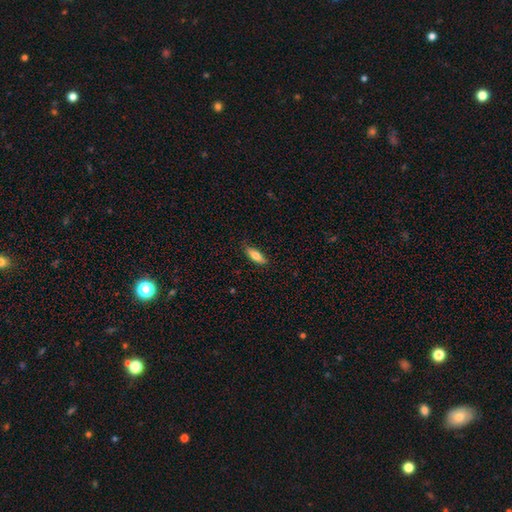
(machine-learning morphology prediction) Q: Smooth or featured?
A: smooth (77%); runner-up: featured or disk (16%)
Q: How rounded?
A: in between (63%); runner-up: cigar-shaped (35%)
Q: Merging?
A: none (81%); runner-up: minor disturbance (15%)